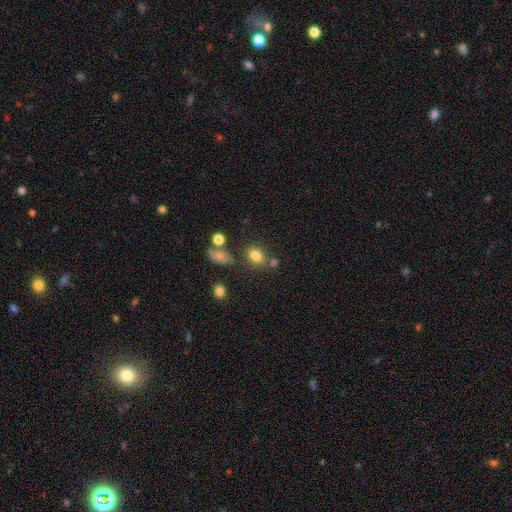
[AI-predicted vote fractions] A smooth galaxy with no disk features (80%) that is in between round and cigar-shaped (64%).

Vote fractions:
- Smooth or featured? smooth: 80% / star or artifact: 12% / featured or disk: 9%
- How rounded? in between: 64% / round: 35% / cigar-shaped: 2%
- Merging? none: 70% / minor disturbance: 14% / merger: 11% / major disturbance: 5%